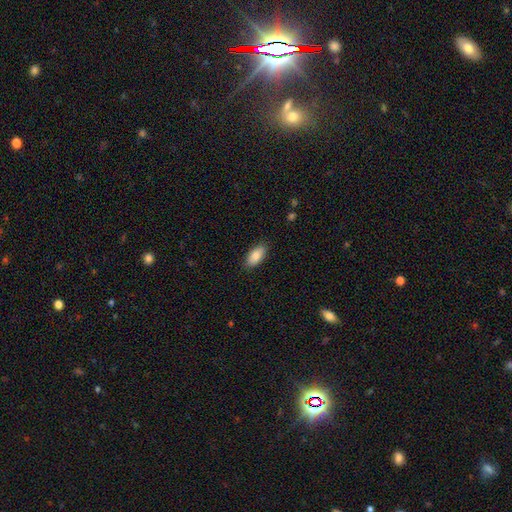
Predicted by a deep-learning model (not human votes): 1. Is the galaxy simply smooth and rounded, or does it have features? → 85% smooth, 8% featured or disk, 6% star or artifact.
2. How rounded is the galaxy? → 90% in between, 7% cigar-shaped, 2% round.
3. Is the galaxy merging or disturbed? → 88% none, 9% minor disturbance, 2% major disturbance, 1% merger.